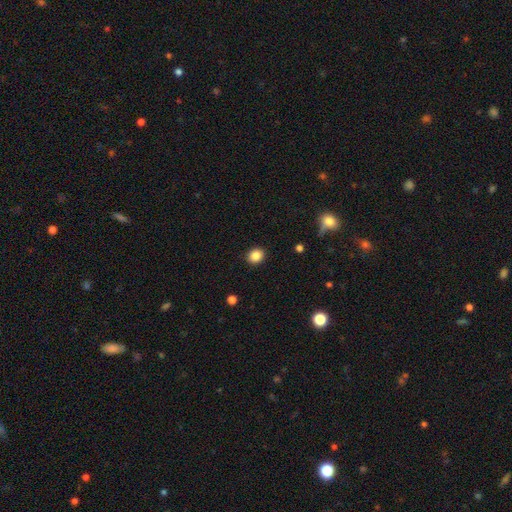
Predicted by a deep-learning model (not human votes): Smooth or featured? Predicted: smooth (p=0.86). How rounded? Predicted: round (p=0.68). Merging? Predicted: none (p=0.91).